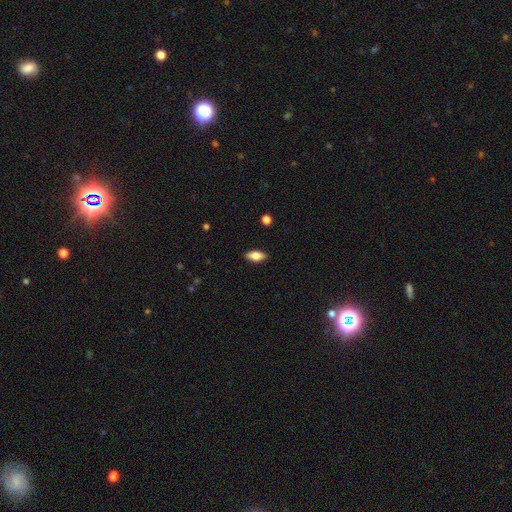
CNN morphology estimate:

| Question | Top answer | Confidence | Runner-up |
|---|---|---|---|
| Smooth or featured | smooth | 78% | featured or disk (15%) |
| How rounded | in between | 86% | cigar-shaped (12%) |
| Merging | none | 89% | minor disturbance (9%) |